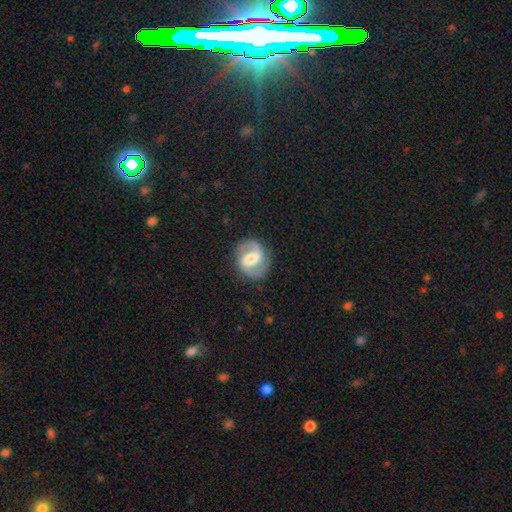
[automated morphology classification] This appears to be a featured or disk galaxy (80%) with a strong bar (45%), 2 (91%) medium (52%) spiral arms (92%) and a moderate central bulge (48%). Merging: none (83%).